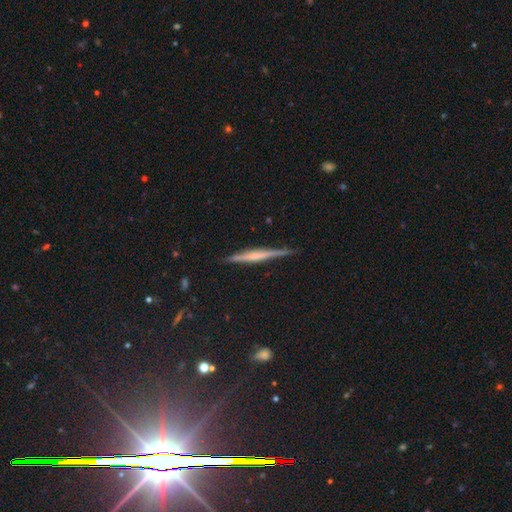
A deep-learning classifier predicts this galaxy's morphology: Smooth or featured? featured or disk (67%)
Edge-on disk? yes (97%)
Edge-on bulge? rounded (41%)
Merging? none (87%)